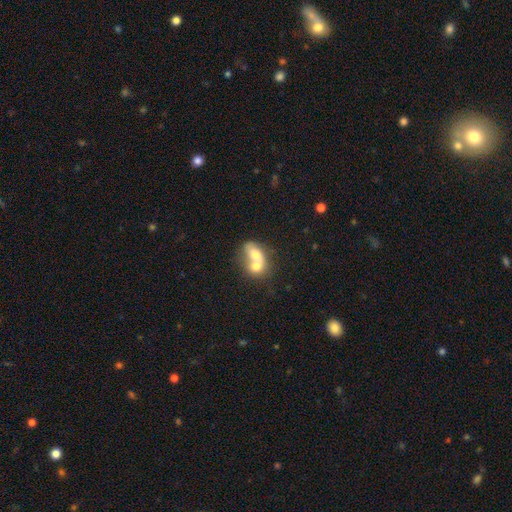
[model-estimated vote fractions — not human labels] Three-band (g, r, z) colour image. It shows a smooth galaxy with no disk features (65%) that is in between round and cigar-shaped (68%). Merging: merger (77%).